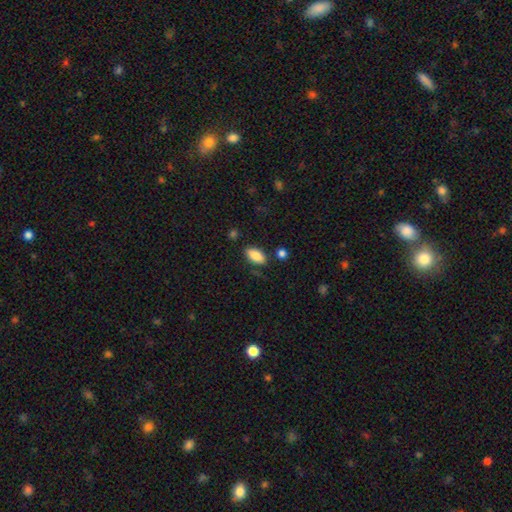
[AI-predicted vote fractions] Smooth or featured: smooth — 86% (star or artifact — 7%)
How rounded: in between — 92% (cigar-shaped — 6%)
Merging: none — 80% (minor disturbance — 14%)